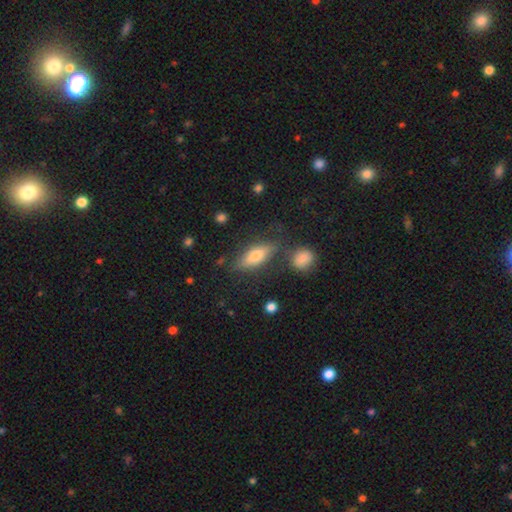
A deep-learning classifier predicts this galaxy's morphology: Smooth or featured? Predicted: smooth (p=0.65). How rounded? Predicted: in between (p=0.60). Merging? Predicted: none (p=0.72).